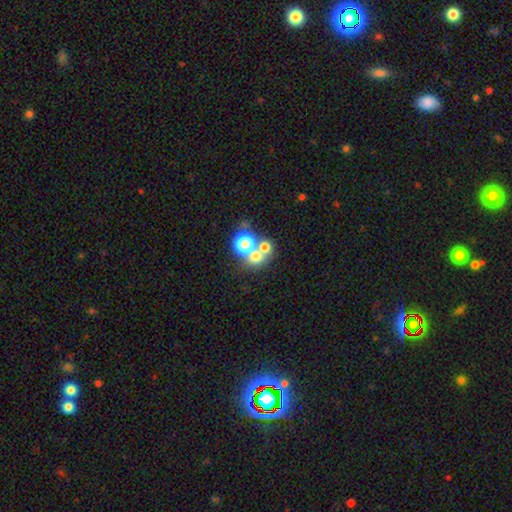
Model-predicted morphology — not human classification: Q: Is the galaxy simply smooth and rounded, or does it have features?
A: smooth — 62%.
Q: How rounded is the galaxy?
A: round — 79%.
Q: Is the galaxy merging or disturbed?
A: merger — 56%.